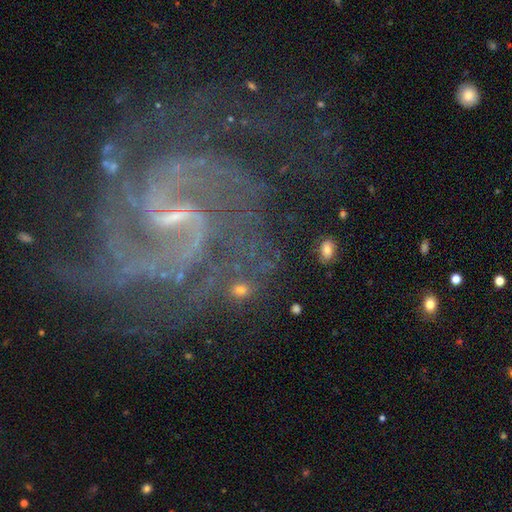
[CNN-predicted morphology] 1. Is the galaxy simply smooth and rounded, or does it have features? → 89% featured or disk, 7% star or artifact, 3% smooth.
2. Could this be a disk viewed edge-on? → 98% no, 2% yes.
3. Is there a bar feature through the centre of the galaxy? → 52% weak, 34% strong, 14% no.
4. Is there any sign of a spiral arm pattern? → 98% yes, 2% no.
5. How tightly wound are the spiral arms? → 51% medium, 35% tight, 14% loose.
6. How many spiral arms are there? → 57% 2, 12% can't tell, 11% 3, 7% 4, 6% more than 4, 6% 1.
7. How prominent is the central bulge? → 65% small, 19% none, 14% moderate, 1% large, 1% dominant.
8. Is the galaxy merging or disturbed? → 64% none, 18% minor disturbance, 14% major disturbance, 4% merger.